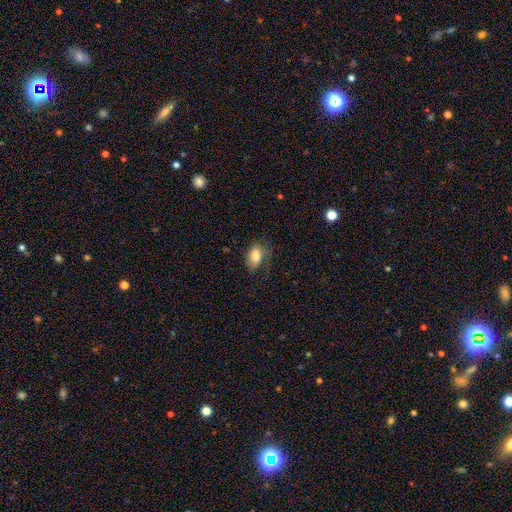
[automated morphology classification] This appears to be a smooth galaxy with no disk features (78%) that is in between round and cigar-shaped (90%). Merging: none (56%).